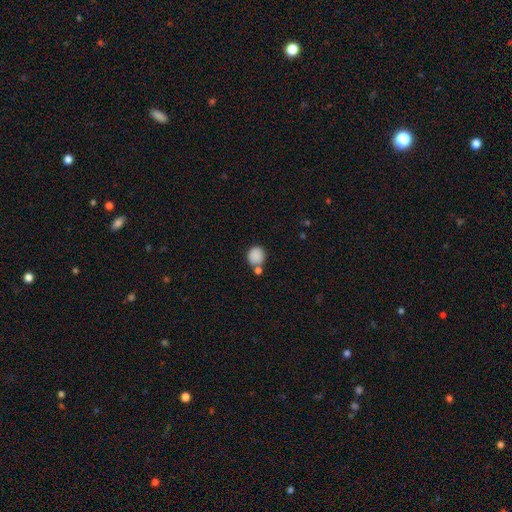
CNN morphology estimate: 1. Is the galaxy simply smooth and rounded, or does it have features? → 87% smooth, 9% star or artifact, 5% featured or disk.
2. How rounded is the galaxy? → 81% round, 18% in between, 1% cigar-shaped.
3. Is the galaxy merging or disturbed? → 61% none, 23% merger, 12% minor disturbance, 4% major disturbance.